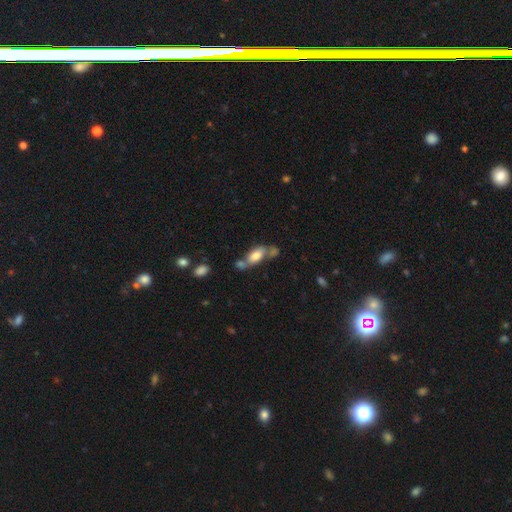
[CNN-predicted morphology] Q: Smooth or featured?
A: smooth (71%); runner-up: featured or disk (21%)
Q: How rounded?
A: in between (83%); runner-up: cigar-shaped (13%)
Q: Merging?
A: none (42%); runner-up: merger (34%)